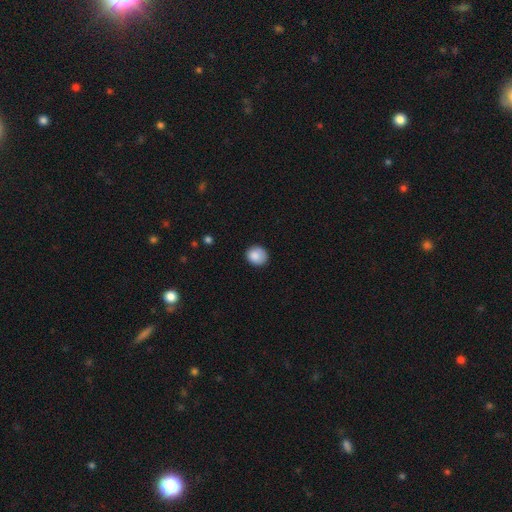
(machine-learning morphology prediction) smooth_or_featured: smooth (p=0.87) [alt: star or artifact p=0.08]
how_rounded: round (p=0.84) [alt: in between p=0.15]
merging: none (p=0.82) [alt: minor disturbance p=0.14]